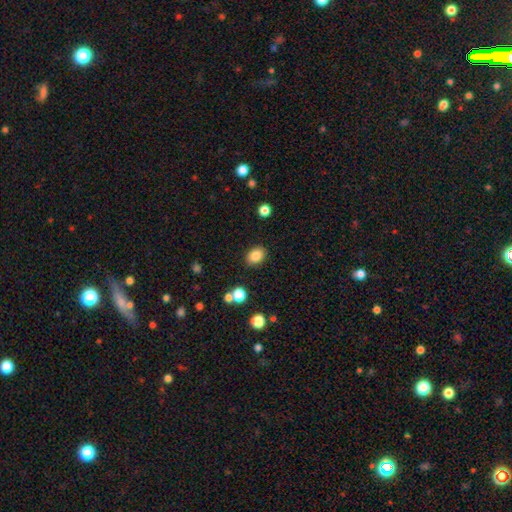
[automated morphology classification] smooth_or_featured: smooth (p=0.84) [alt: star or artifact p=0.10]
how_rounded: in between (p=0.63) [alt: round p=0.36]
merging: none (p=0.86) [alt: minor disturbance p=0.09]